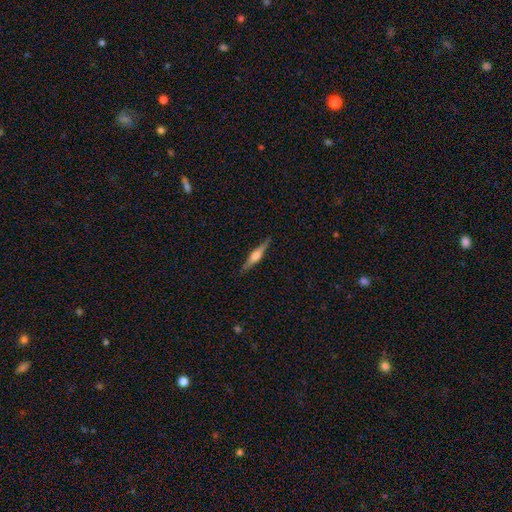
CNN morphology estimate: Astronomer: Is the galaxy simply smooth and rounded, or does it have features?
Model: featured or disk — 66%.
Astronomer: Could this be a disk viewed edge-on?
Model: yes — 97%.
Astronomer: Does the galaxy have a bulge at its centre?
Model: rounded — 77%.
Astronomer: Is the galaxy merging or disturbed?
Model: none — 88%.